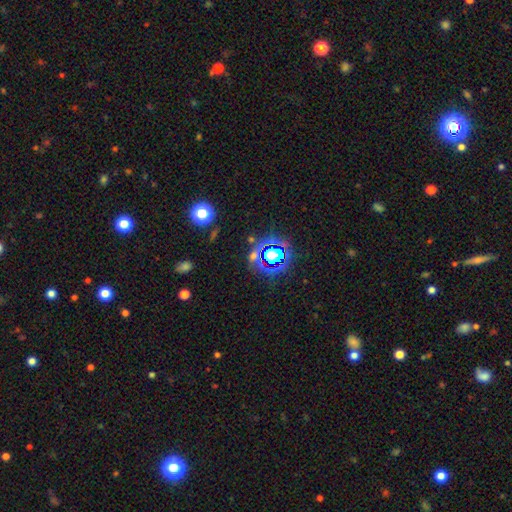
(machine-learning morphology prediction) type=star or artifact (72%).